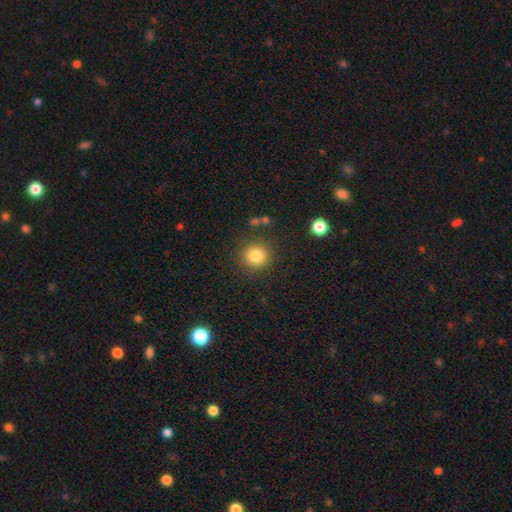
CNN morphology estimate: smooth_or_featured: smooth (p=0.84) [alt: star or artifact p=0.11]
how_rounded: round (p=0.90) [alt: in between p=0.09]
merging: none (p=0.86) [alt: minor disturbance p=0.08]